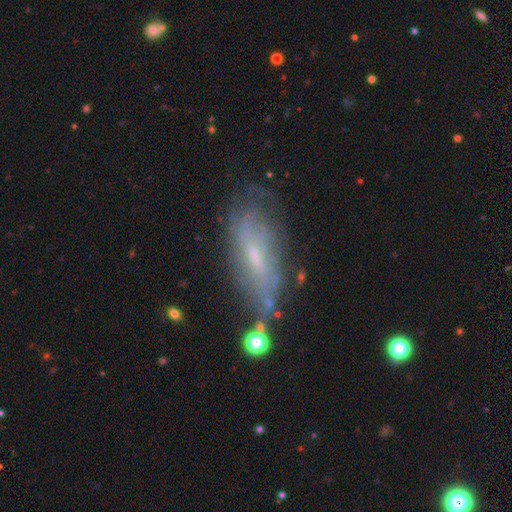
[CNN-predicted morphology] This appears to be a featured or disk galaxy (63%). Merging: none (62%).